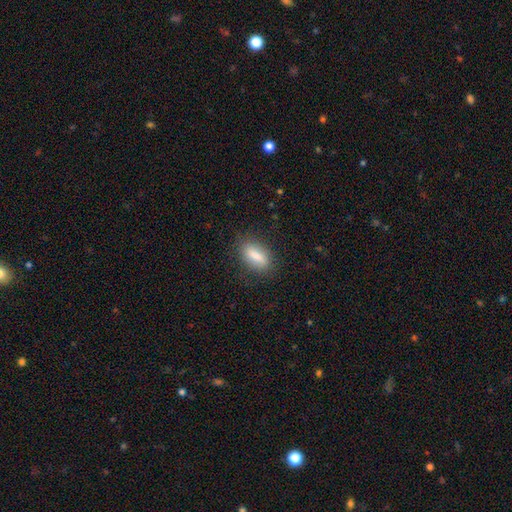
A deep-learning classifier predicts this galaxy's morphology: Smooth or featured? Predicted: smooth (p=0.79). How rounded? Predicted: in between (p=0.74). Merging? Predicted: none (p=0.82).